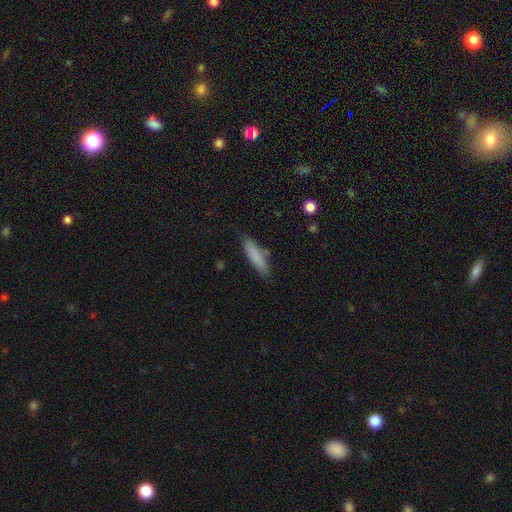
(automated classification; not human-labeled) The model was most divided on "how rounded": cigar-shaped: 73%, in between: 25%, round: 2%. More confident: smooth or featured — smooth (82%); merging — none (78%).